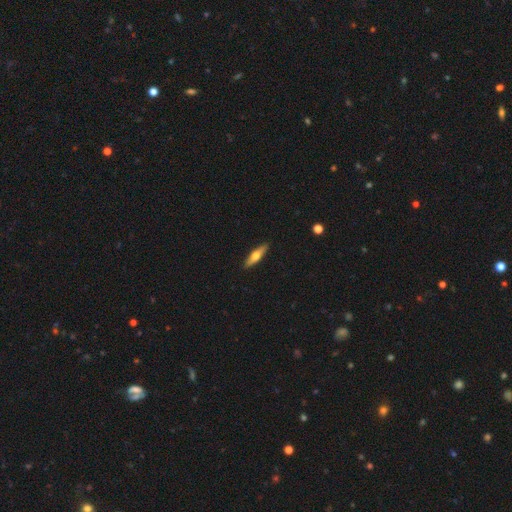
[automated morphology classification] smooth-or-featured: smooth: 51% | featured or disk: 43% | star or artifact: 6%
  how-rounded: cigar-shaped: 70% | in between: 28% | round: 2%
  merging: none: 90% | minor disturbance: 7% | major disturbance: 2% | merger: 1%